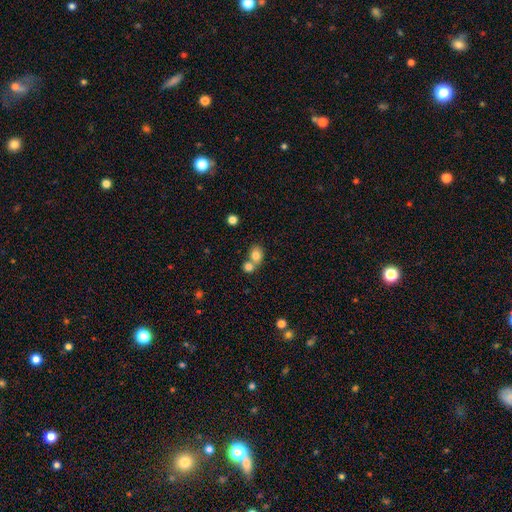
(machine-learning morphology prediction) Smooth or featured? Predicted: smooth (p=0.81). How rounded? Predicted: round (p=0.56). Merging? Predicted: merger (p=0.53).